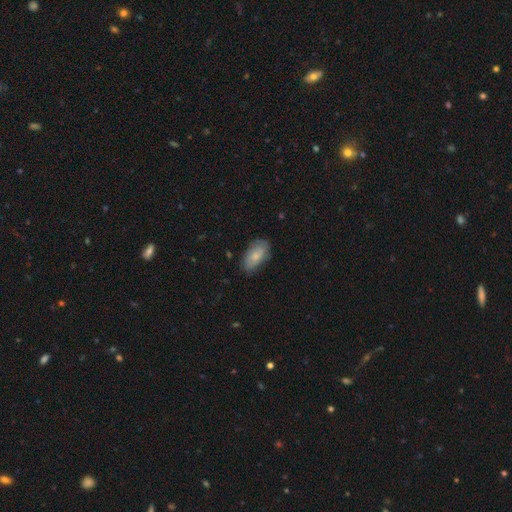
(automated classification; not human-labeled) smooth 75%, featured or disk 19%, star or artifact 6%. Down the decision tree: how rounded — in between (93%); merging — none (74%).